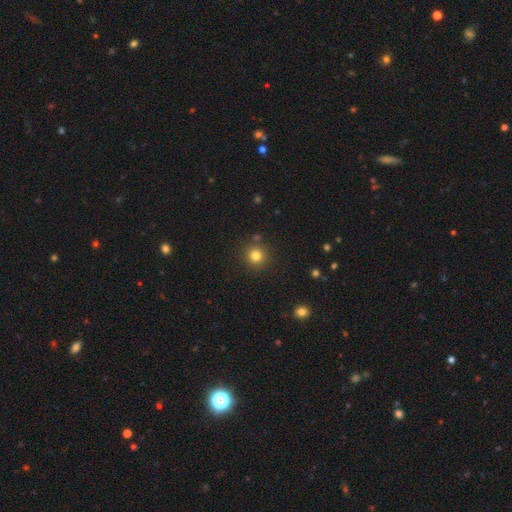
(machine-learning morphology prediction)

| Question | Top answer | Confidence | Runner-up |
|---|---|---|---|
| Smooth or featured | smooth | 81% | star or artifact (13%) |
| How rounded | round | 94% | in between (5%) |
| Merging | none | 86% | minor disturbance (7%) |